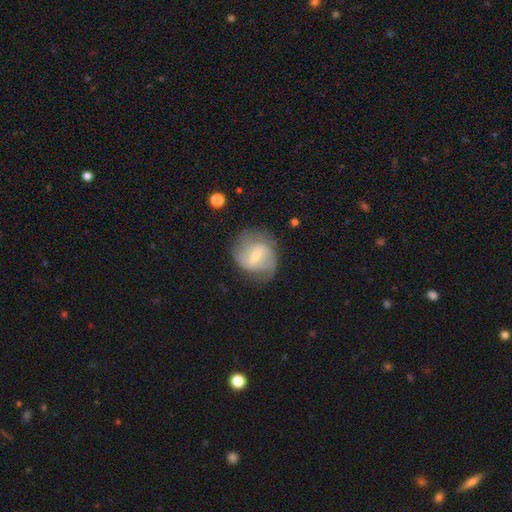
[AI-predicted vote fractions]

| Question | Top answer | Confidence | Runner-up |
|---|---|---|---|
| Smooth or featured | featured or disk | 65% | smooth (28%) |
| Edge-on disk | no | 96% | yes (4%) |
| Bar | weak | 52% | strong (25%) |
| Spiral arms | yes | 79% | no (21%) |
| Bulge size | small | 53% | moderate (42%) |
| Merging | none | 63% | minor disturbance (23%) |